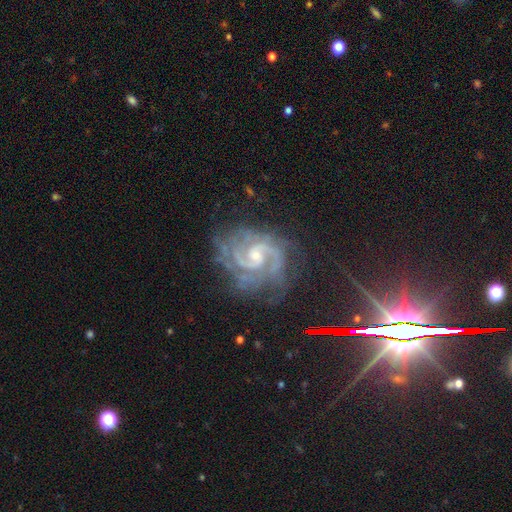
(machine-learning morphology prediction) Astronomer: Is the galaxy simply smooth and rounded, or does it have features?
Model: featured or disk — 89%.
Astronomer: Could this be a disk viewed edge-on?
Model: no — 98%.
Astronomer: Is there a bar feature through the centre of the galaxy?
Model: weak — 48% (runner-up: no, 38%).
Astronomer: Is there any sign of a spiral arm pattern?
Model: yes — 98%.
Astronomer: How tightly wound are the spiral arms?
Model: tight — 51% (runner-up: medium, 43%).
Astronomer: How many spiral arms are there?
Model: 2 — 66%.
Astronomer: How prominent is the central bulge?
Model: small — 55% (runner-up: moderate, 38%).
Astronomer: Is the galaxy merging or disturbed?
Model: none — 70%.